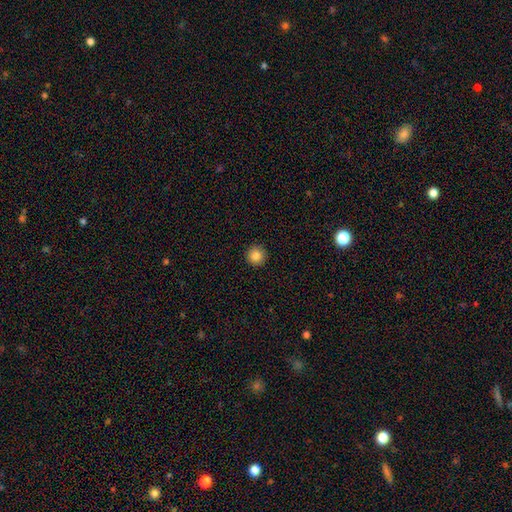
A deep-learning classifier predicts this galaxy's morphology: smooth-or-featured: smooth: 85% | star or artifact: 10% | featured or disk: 5%
  how-rounded: round: 96% | in between: 3% | cigar-shaped: 1%
  merging: none: 93% | minor disturbance: 4% | major disturbance: 1% | merger: 1%